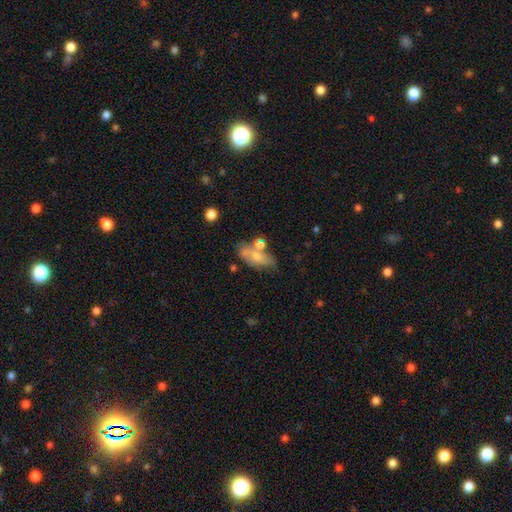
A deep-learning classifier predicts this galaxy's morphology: type=smooth (59%); roundness=in between (83%); merging=none (42%).